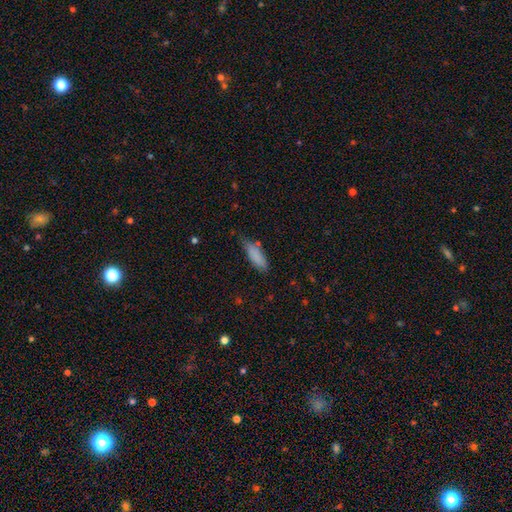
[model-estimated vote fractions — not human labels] This appears to be a smooth galaxy with no disk features (85%) that is in between round and cigar-shaped (62%). Merging: none (62%).